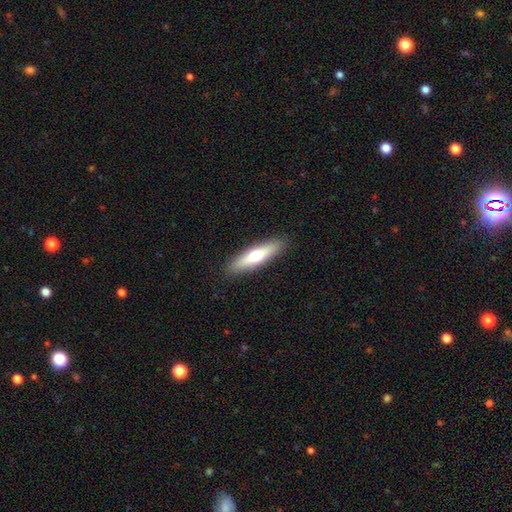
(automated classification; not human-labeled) smooth_or_featured: smooth (p=0.54) [alt: featured or disk p=0.40]
how_rounded: cigar-shaped (p=0.76) [alt: in between p=0.22]
merging: none (p=0.90) [alt: minor disturbance p=0.07]